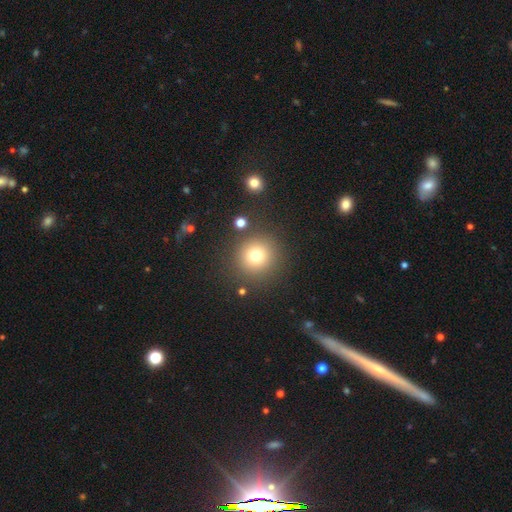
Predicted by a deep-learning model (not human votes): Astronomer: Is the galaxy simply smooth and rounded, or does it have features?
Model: smooth — 75%.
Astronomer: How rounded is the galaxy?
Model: round — 94%.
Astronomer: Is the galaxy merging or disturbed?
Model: none — 86%.